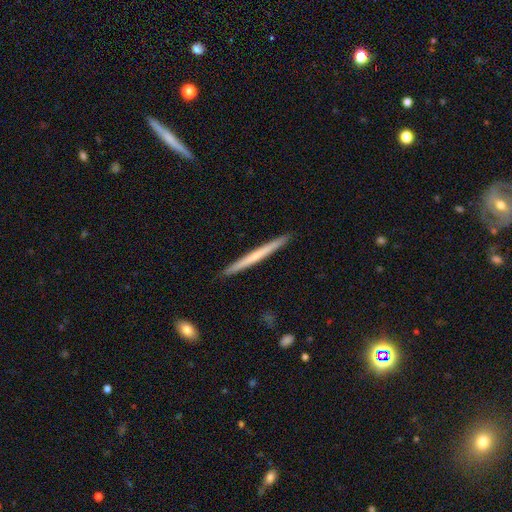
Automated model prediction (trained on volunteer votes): Smooth or featured? featured or disk (50%)
Merging? none (92%)